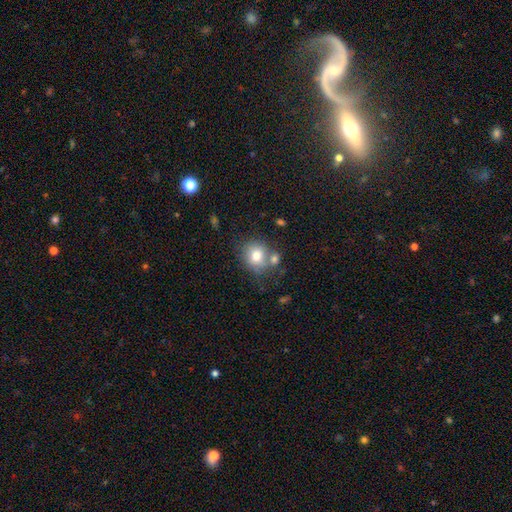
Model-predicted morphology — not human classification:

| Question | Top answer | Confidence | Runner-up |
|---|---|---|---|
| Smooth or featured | smooth | 76% | featured or disk (14%) |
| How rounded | round | 76% | in between (23%) |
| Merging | none | 58% | merger (23%) |